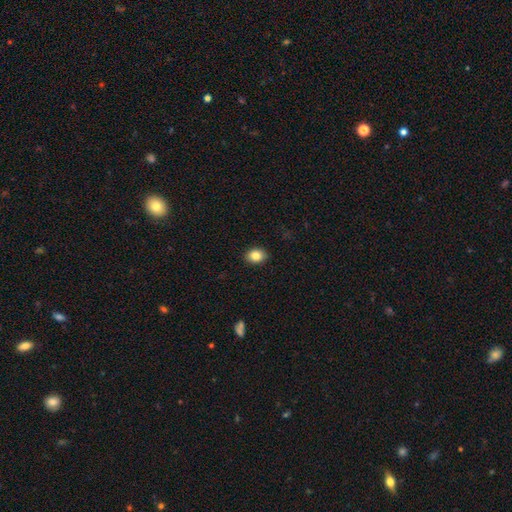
smooth_or_featured: smooth (p=0.77) [alt: featured or disk p=0.15]
how_rounded: in between (p=0.67) [alt: round p=0.33]
merging: none (p=0.89) [alt: minor disturbance p=0.08]